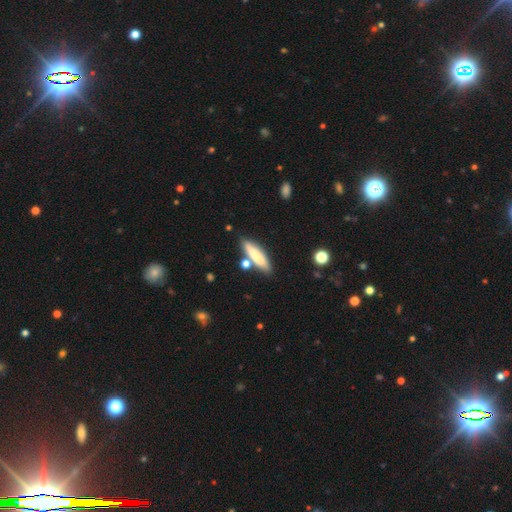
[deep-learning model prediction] Smooth or featured? Predicted: smooth (p=0.75). How rounded? Predicted: cigar-shaped (p=0.70). Merging? Predicted: none (p=0.73).